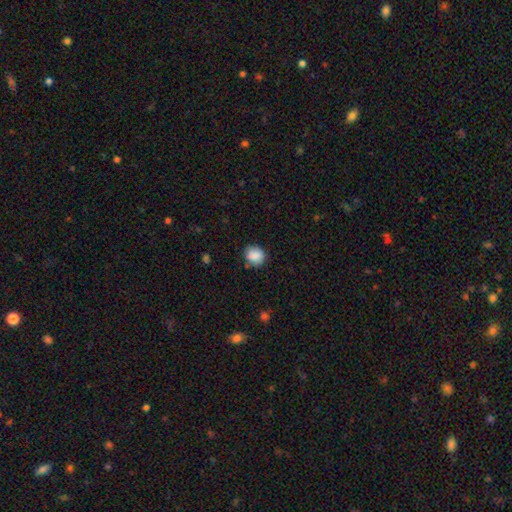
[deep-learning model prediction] Q: Smooth or featured?
A: smooth (85%); runner-up: star or artifact (8%)
Q: How rounded?
A: round (74%); runner-up: in between (25%)
Q: Merging?
A: none (80%); runner-up: minor disturbance (15%)